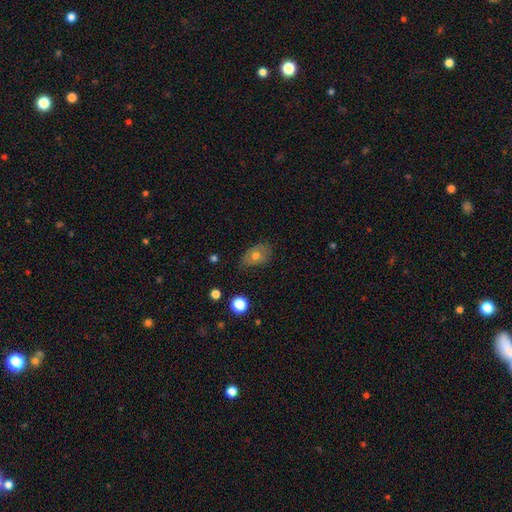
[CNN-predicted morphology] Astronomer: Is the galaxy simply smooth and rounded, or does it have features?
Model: smooth — 62%.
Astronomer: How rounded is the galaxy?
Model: in between — 77%.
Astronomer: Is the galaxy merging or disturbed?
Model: none — 67%.